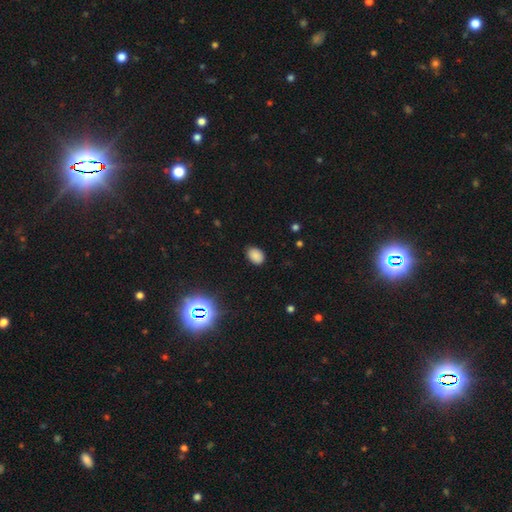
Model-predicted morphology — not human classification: Overall: smooth (83%). How rounded: in between (80%). Merging: none (84%).